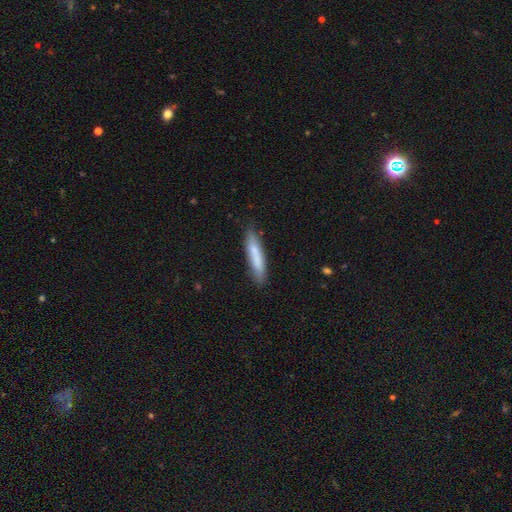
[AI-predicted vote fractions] smooth 75%, featured or disk 19%, star or artifact 6%. Down the decision tree: how rounded — cigar-shaped (85%); merging — none (81%).